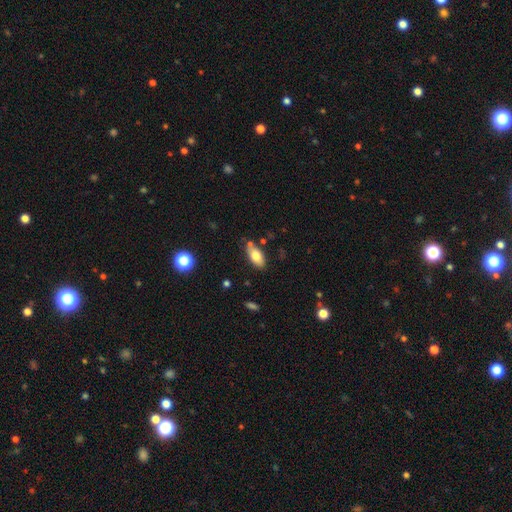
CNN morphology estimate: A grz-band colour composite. It shows a smooth galaxy with no disk features (76%) that is in between round and cigar-shaped (88%). Merging: none (73%).